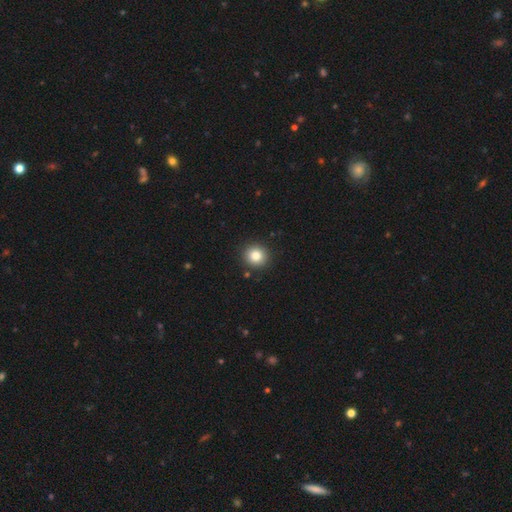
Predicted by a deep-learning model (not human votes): A smooth galaxy with no disk features (83%) that is round (91%).

Vote fractions:
- Smooth or featured? smooth: 83% / star or artifact: 10% / featured or disk: 6%
- How rounded? round: 91% / in between: 8% / cigar-shaped: 1%
- Merging? none: 90% / minor disturbance: 6% / major disturbance: 2% / merger: 2%